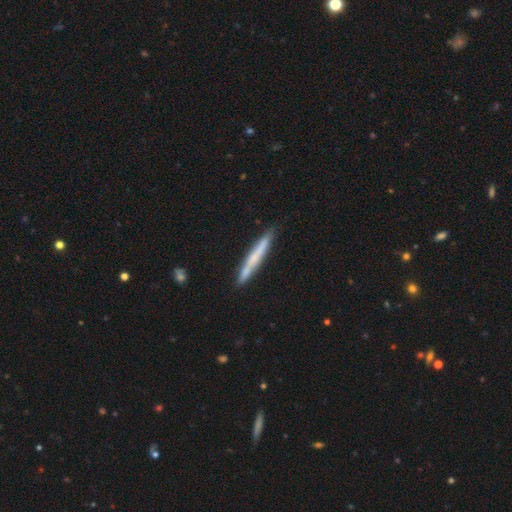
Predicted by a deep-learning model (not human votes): Smooth or featured?
  - smooth: 54% *
  - featured or disk: 40%
  - star or artifact: 6%
How rounded?
  - cigar-shaped: 96% *
  - in between: 3%
  - round: 1%
Merging?
  - none: 83% *
  - minor disturbance: 12%
  - merger: 3%
  - major disturbance: 2%